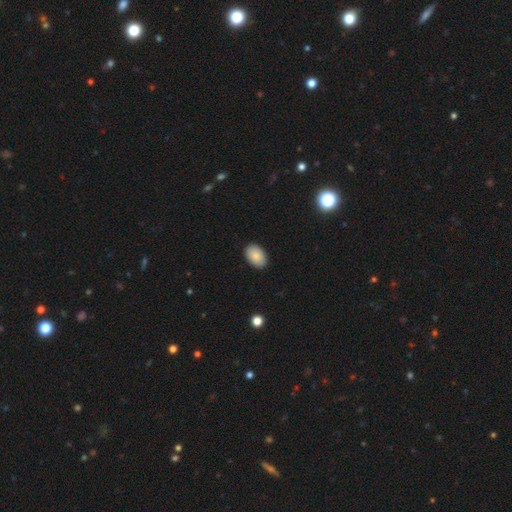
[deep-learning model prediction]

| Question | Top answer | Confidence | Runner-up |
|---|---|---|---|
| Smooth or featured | smooth | 89% | star or artifact (7%) |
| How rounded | in between | 90% | round (9%) |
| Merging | none | 90% | minor disturbance (8%) |